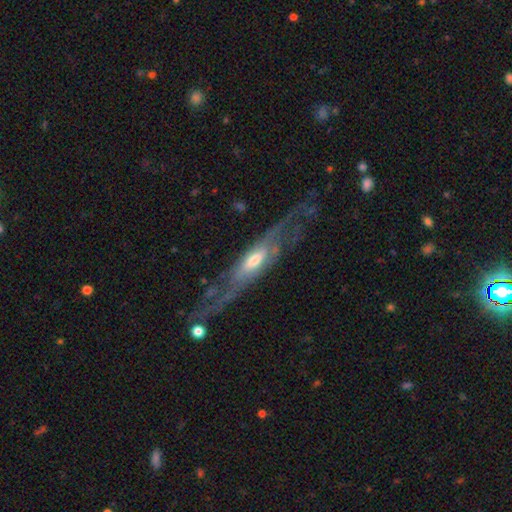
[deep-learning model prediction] featured or disk 78%, smooth 14%, star or artifact 8%. Down the decision tree: edge-on disk — yes (61%); merging — none (74%).